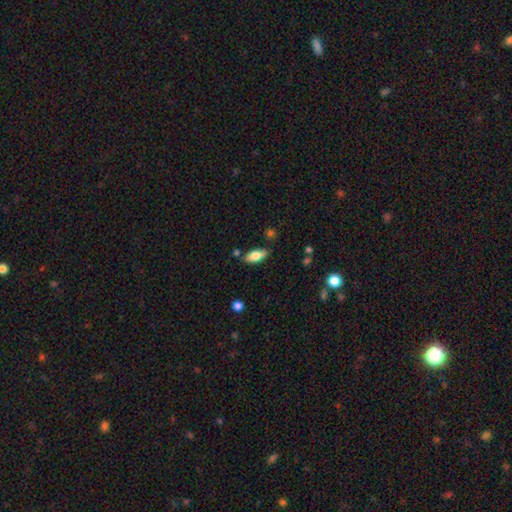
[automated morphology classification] smooth 71%, featured or disk 22%, star or artifact 7%. Down the decision tree: how rounded — in between (81%); merging — none (79%).